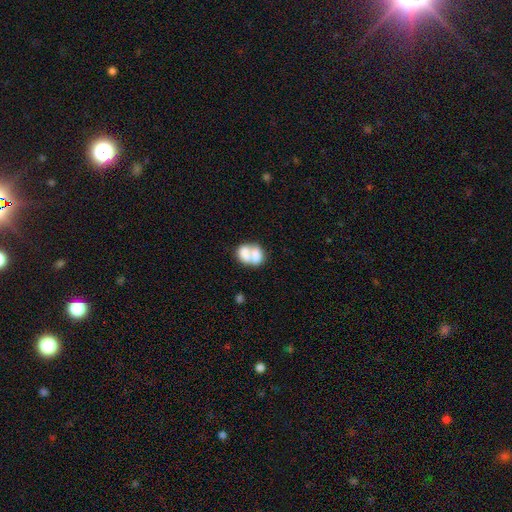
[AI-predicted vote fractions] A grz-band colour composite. It shows a smooth galaxy with no disk features (63%) that is in between round and cigar-shaped (66%). Merging: merger (67%).